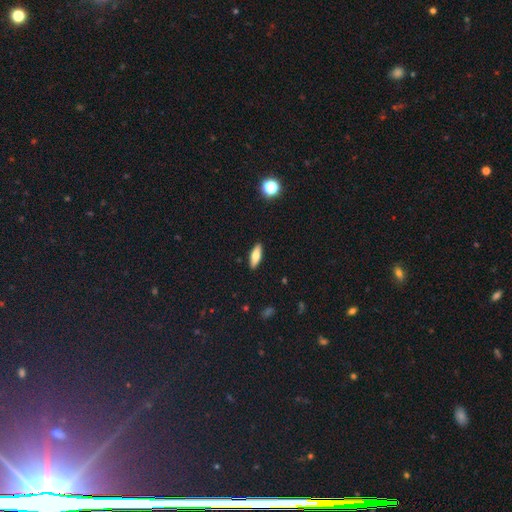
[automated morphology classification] Smooth or featured?
  - smooth: 72% *
  - featured or disk: 21%
  - star or artifact: 7%
How rounded?
  - in between: 60% *
  - cigar-shaped: 37%
  - round: 3%
Merging?
  - none: 89% *
  - minor disturbance: 8%
  - major disturbance: 2%
  - merger: 1%